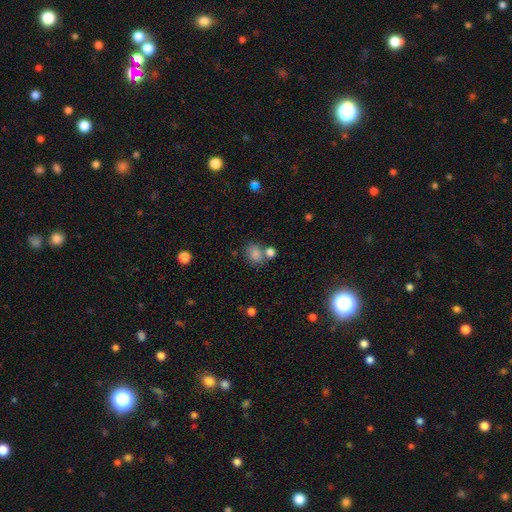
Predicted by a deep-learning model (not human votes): Overall: smooth (78%). How rounded: round (53%; in between 46%). Merging: none (59%; merger 23%).